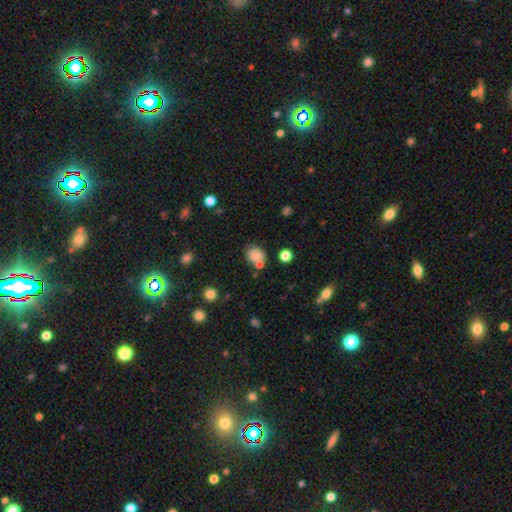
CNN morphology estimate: The model was most divided on "how rounded": round: 61%, in between: 38%, cigar-shaped: 1%. More confident: smooth or featured — smooth (78%); merging — none (57%).